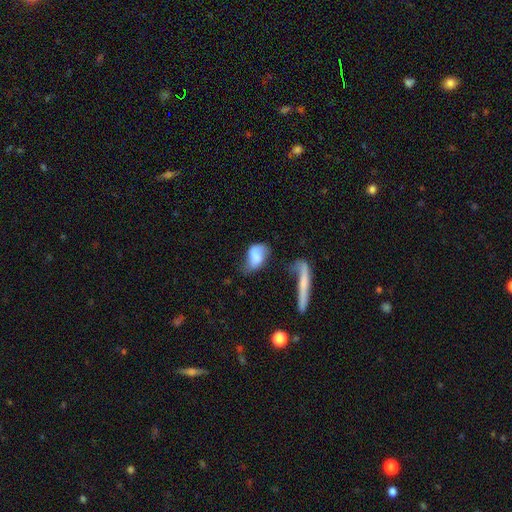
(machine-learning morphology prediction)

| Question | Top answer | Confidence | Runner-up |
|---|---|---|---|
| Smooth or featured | smooth | 62% | featured or disk (30%) |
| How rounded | in between | 85% | round (11%) |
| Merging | none | 31% | minor disturbance (30%) |